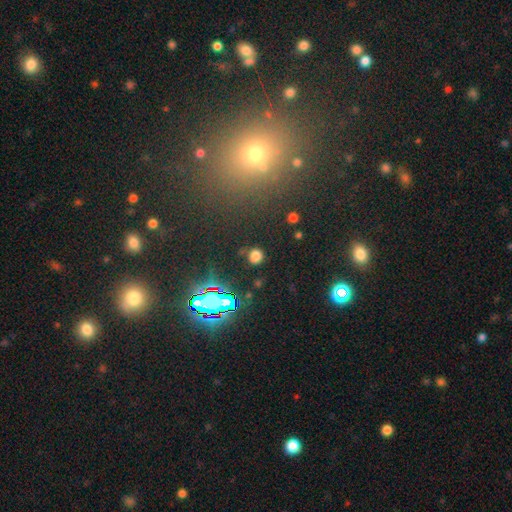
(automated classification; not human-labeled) Overall: smooth (70%). How rounded: round (85%). Merging: none (82%).